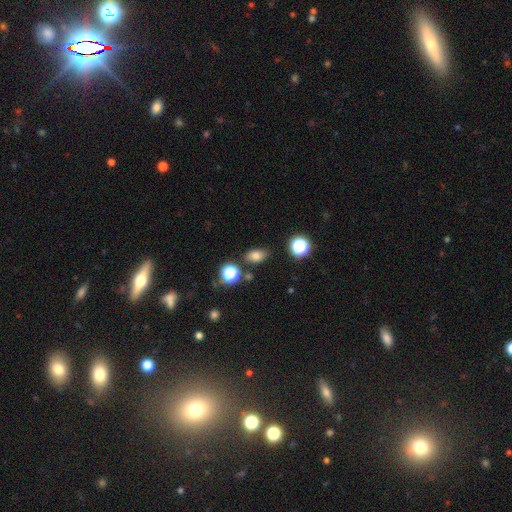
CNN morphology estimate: smooth_or_featured: smooth (p=0.77) [alt: star or artifact p=0.15]
how_rounded: in between (p=0.80) [alt: round p=0.18]
merging: none (p=0.82) [alt: minor disturbance p=0.11]